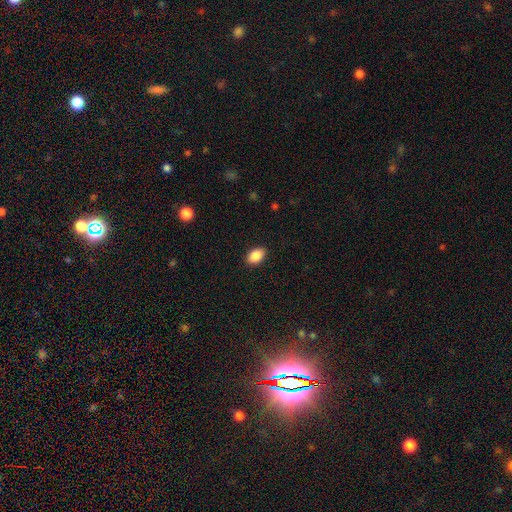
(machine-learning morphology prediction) type=smooth (88%); roundness=in between (88%); merging=none (90%).